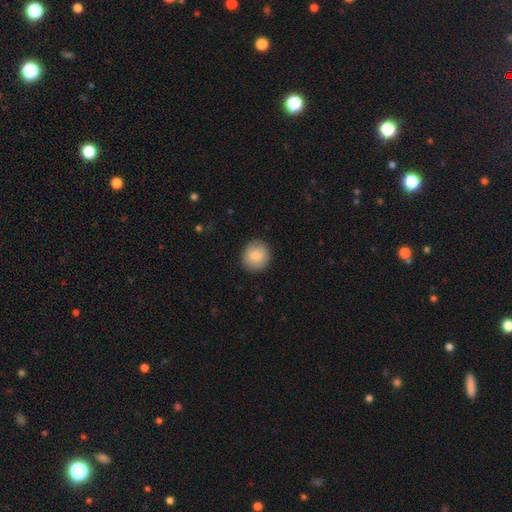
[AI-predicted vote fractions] Smooth or featured? smooth (83%)
How rounded? round (89%)
Merging? none (89%)